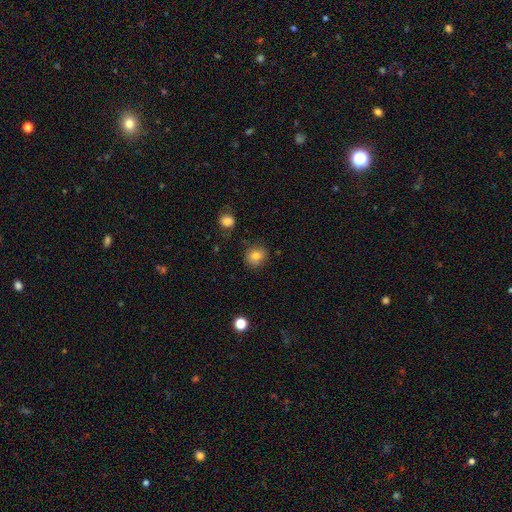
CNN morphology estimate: type=smooth (79%); roundness=round (69%); merging=none (78%).